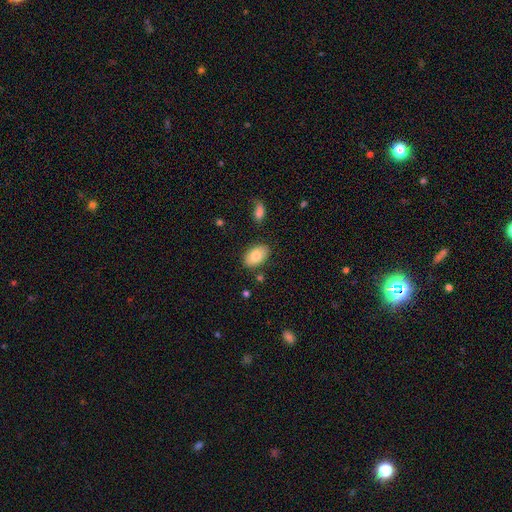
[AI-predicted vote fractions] smooth 80%, featured or disk 13%, star or artifact 7%. Down the decision tree: how rounded — in between (92%); merging — none (82%).